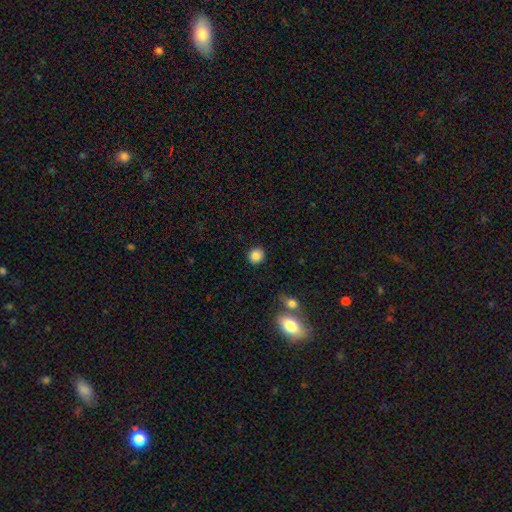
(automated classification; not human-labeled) Q: Smooth or featured?
A: smooth (85%); runner-up: star or artifact (10%)
Q: How rounded?
A: round (84%); runner-up: in between (15%)
Q: Merging?
A: none (89%); runner-up: minor disturbance (7%)